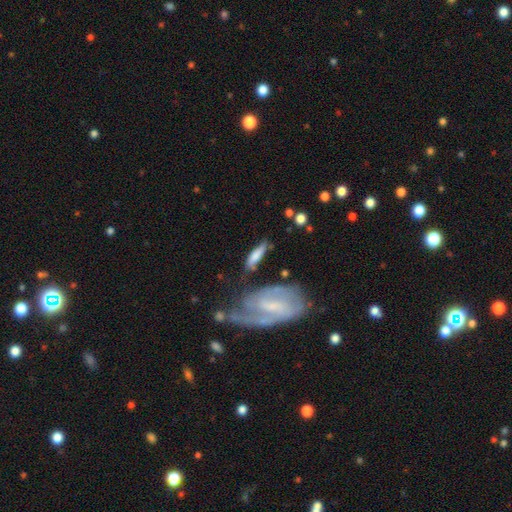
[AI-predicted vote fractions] Smooth or featured? smooth (61%)
How rounded? cigar-shaped (55%)
Merging? none (61%)